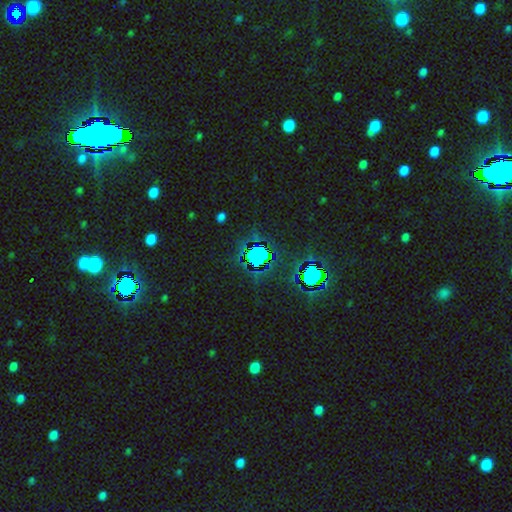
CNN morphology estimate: Smooth or featured?
  - star or artifact: 78% *
  - smooth: 14%
  - featured or disk: 8%